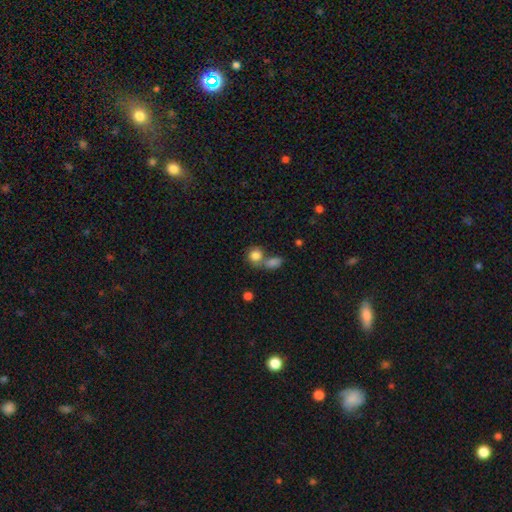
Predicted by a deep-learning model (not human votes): smooth 82%, star or artifact 9%, featured or disk 9%. Down the decision tree: how rounded — round (72%); merging — merger (48%).